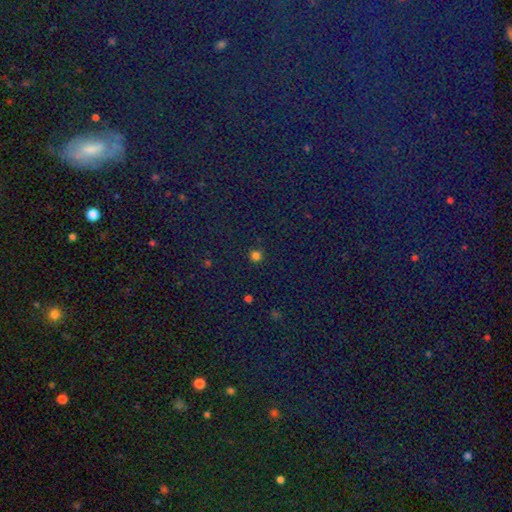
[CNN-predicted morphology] Smooth or featured?
  - smooth: 76% *
  - star or artifact: 19%
  - featured or disk: 4%
How rounded?
  - round: 92% *
  - in between: 7%
  - cigar-shaped: 1%
Merging?
  - none: 90% *
  - minor disturbance: 6%
  - major disturbance: 2%
  - merger: 2%